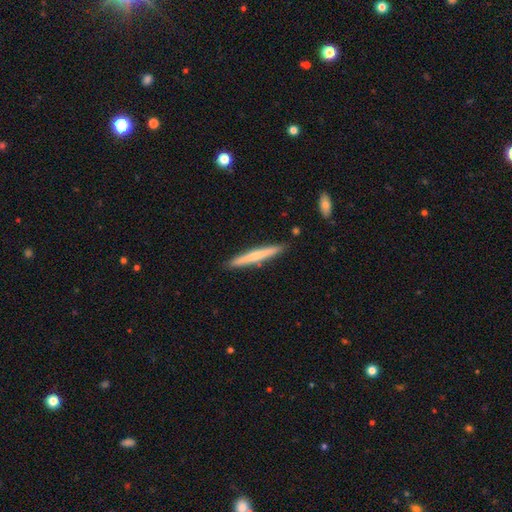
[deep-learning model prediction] smooth_or_featured: smooth (p=0.50) [alt: featured or disk p=0.44]
how_rounded: cigar-shaped (p=0.96) [alt: in between p=0.03]
merging: none (p=0.90) [alt: minor disturbance p=0.07]